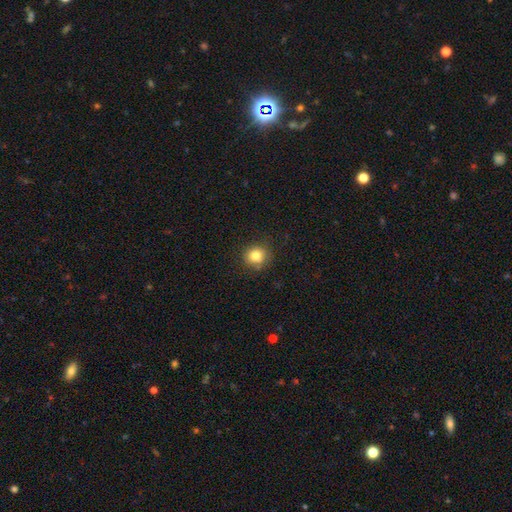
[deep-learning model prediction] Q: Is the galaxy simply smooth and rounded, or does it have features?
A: smooth — 82%.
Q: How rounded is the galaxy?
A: round — 87%.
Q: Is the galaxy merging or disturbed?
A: none — 86%.